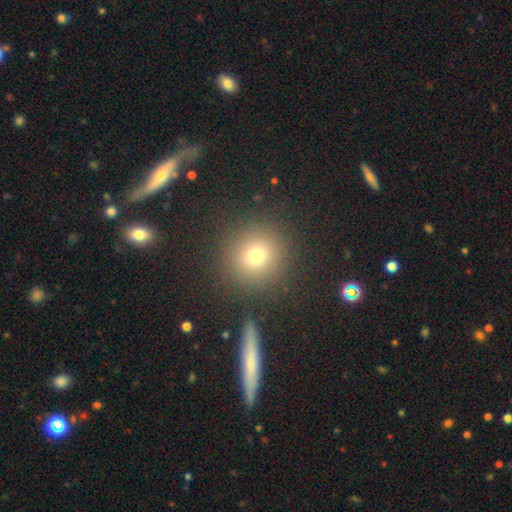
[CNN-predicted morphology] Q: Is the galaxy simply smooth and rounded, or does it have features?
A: smooth — 73%.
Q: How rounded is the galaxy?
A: round — 92%.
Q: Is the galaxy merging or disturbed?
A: none — 87%.